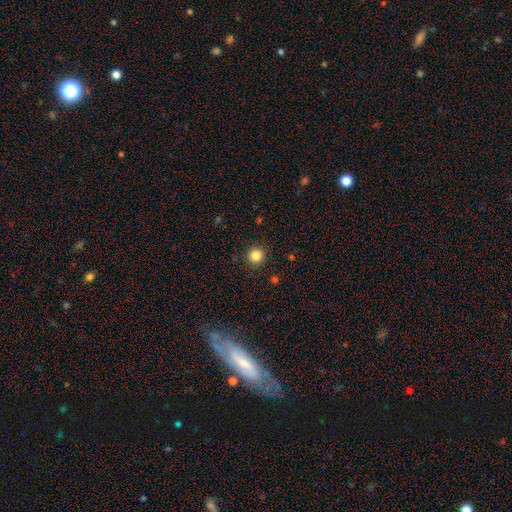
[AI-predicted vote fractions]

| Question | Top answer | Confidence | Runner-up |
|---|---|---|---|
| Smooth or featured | smooth | 84% | star or artifact (12%) |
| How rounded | round | 95% | in between (4%) |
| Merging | none | 92% | minor disturbance (5%) |